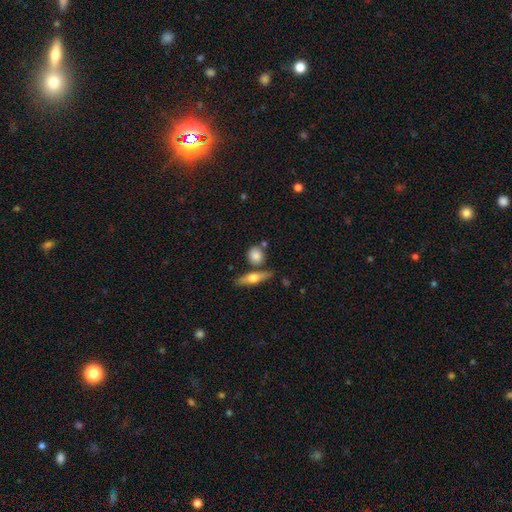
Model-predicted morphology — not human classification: type=smooth (78%); roundness=round (68%); merging=none (66%).